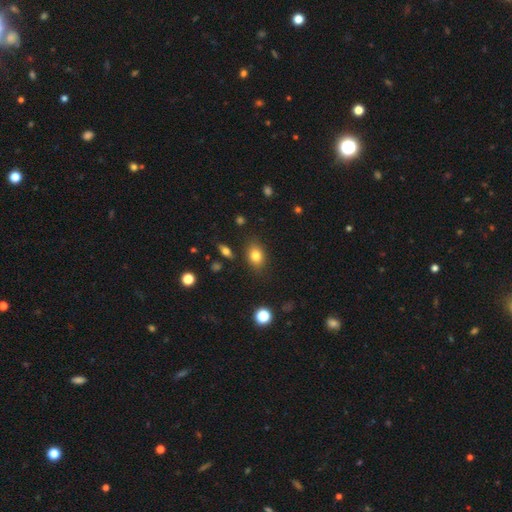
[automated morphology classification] This appears to be a smooth galaxy with no disk features (80%) that is in between round and cigar-shaped (70%). Merging: none (83%).